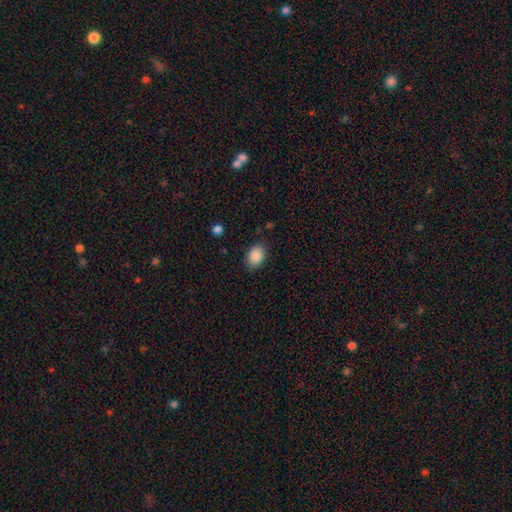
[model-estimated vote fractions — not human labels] Smooth or featured?
  - smooth: 89% *
  - star or artifact: 8%
  - featured or disk: 3%
How rounded?
  - in between: 76% *
  - round: 23%
  - cigar-shaped: 1%
Merging?
  - none: 84% *
  - minor disturbance: 12%
  - major disturbance: 3%
  - merger: 1%